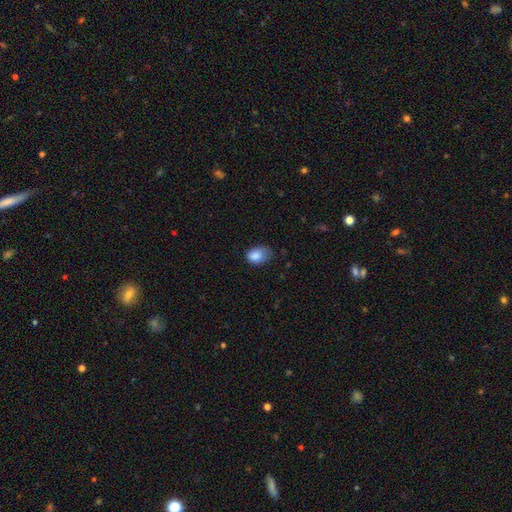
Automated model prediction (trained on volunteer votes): A smooth galaxy with no disk features (84%) that is in between round and cigar-shaped (81%). Merging: none (46%).